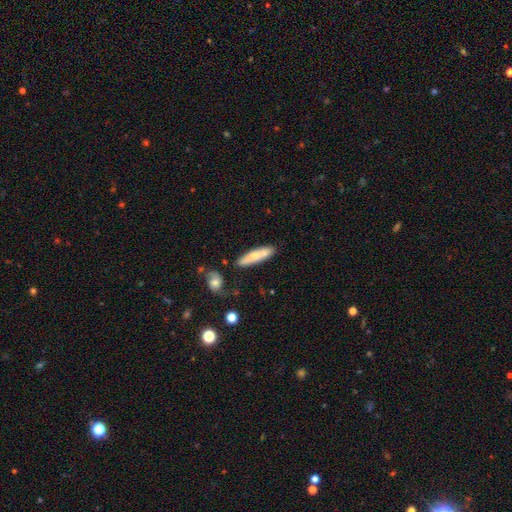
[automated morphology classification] type=smooth (66%); roundness=cigar-shaped (74%); merging=none (69%).